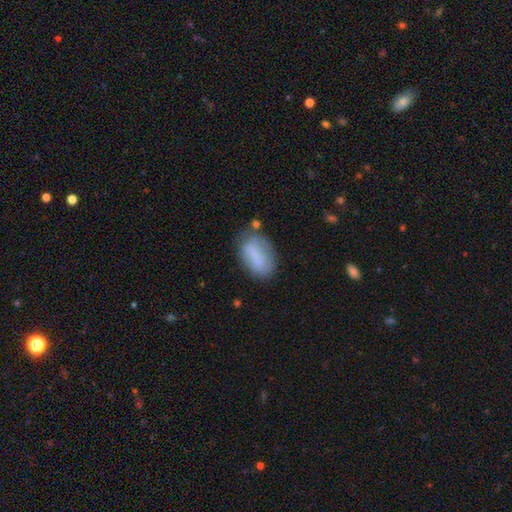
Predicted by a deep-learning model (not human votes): Overall: smooth (74%). How rounded: in between (90%). Merging: none (59%; minor disturbance 25%).